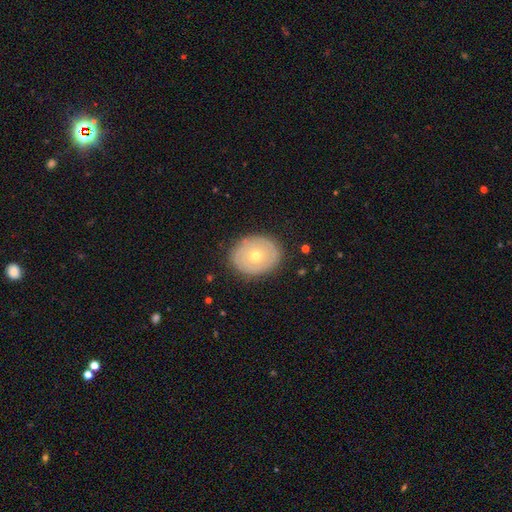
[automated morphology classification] smooth_or_featured: featured or disk (p=0.48) [alt: smooth p=0.45]
merging: none (p=0.86) [alt: minor disturbance p=0.10]